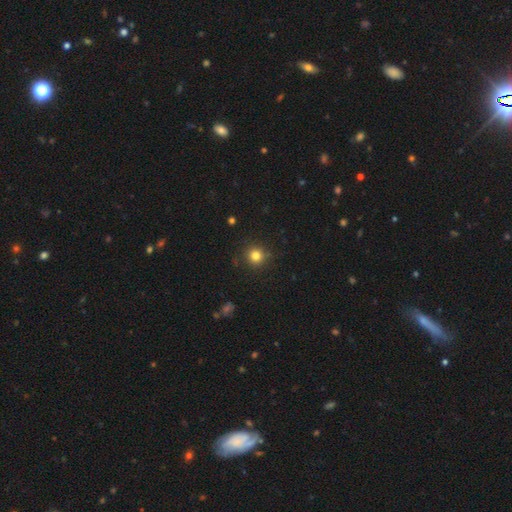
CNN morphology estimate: smooth-or-featured: smooth: 81% | star or artifact: 14% | featured or disk: 5%
  how-rounded: round: 94% | in between: 5% | cigar-shaped: 1%
  merging: none: 88% | minor disturbance: 8% | major disturbance: 2% | merger: 1%